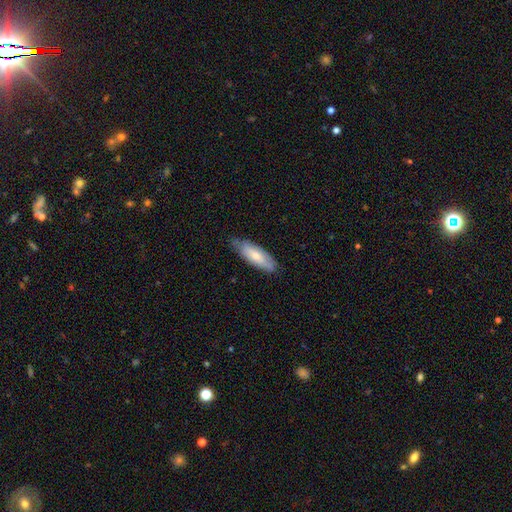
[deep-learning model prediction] Smooth or featured? Predicted: smooth (p=0.66). How rounded? Predicted: in between (p=0.60). Merging? Predicted: none (p=0.73).